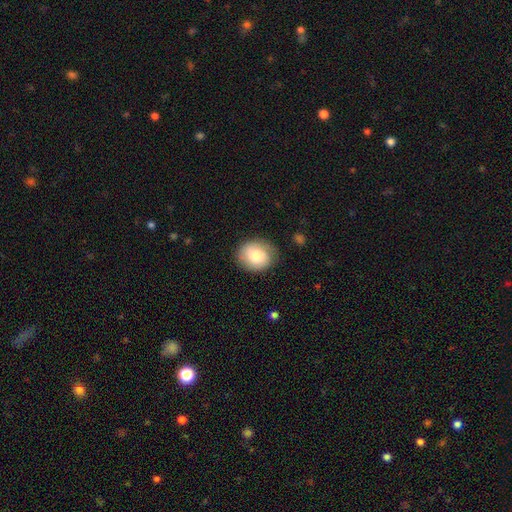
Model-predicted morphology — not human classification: Q: Smooth or featured?
A: smooth (76%); runner-up: featured or disk (17%)
Q: How rounded?
A: round (64%); runner-up: in between (36%)
Q: Merging?
A: none (78%); runner-up: minor disturbance (17%)